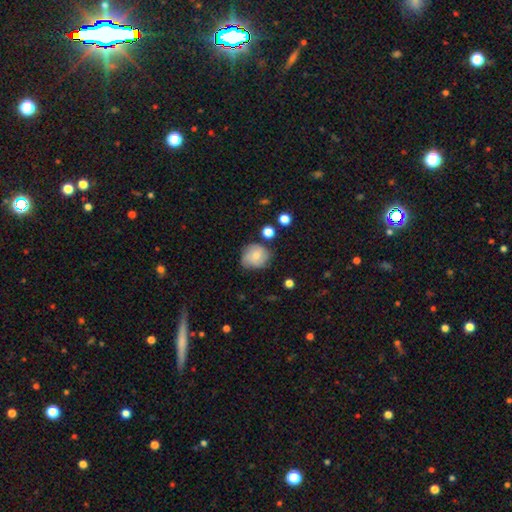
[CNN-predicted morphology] A smooth galaxy with no disk features (67%) that is round (76%). Merging: none (63%).